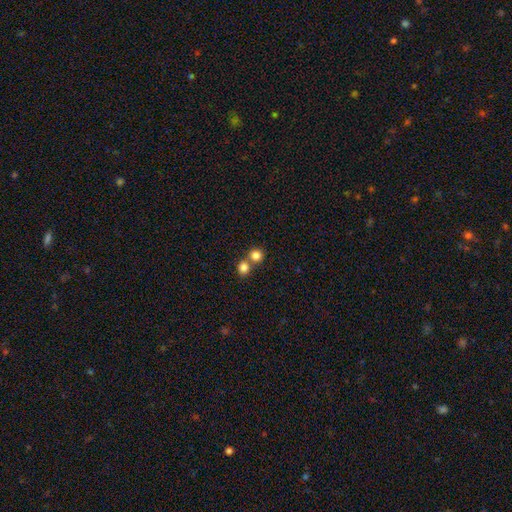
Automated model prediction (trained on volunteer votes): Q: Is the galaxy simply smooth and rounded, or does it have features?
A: smooth — 83%.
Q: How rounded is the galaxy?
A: round — 87%.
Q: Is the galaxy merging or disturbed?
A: none — 52%.